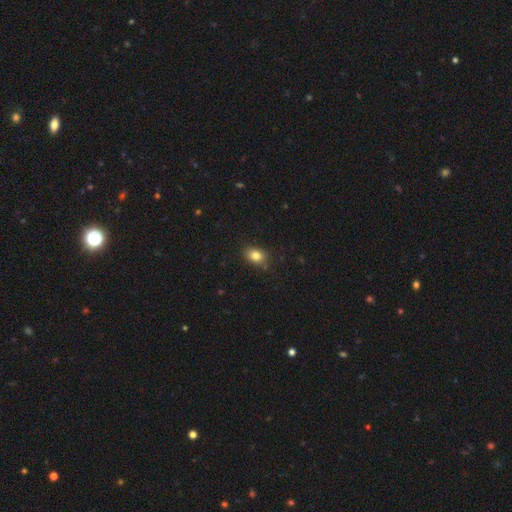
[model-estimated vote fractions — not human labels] Smooth or featured? Predicted: smooth (p=0.82). How rounded? Predicted: in between (p=0.73). Merging? Predicted: none (p=0.81).